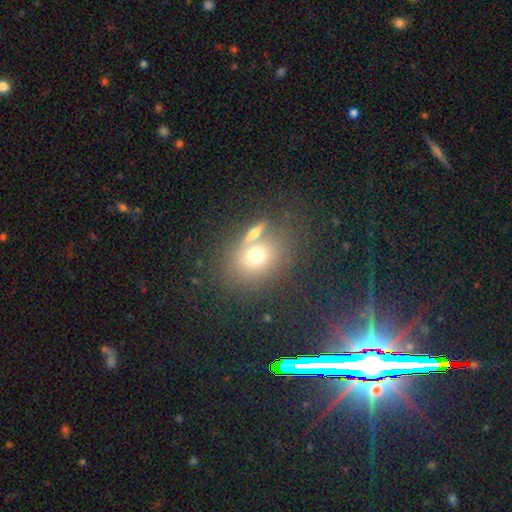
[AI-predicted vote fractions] Morphology: type=smooth (66%); roundness=round (58%); merging=none (54%).